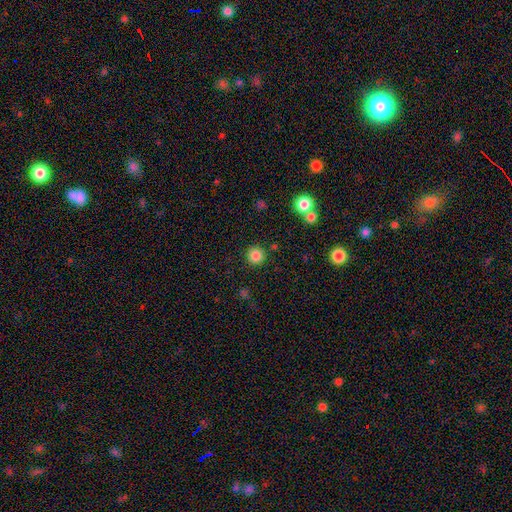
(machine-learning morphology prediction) type=smooth (84%); roundness=round (95%); merging=none (89%).